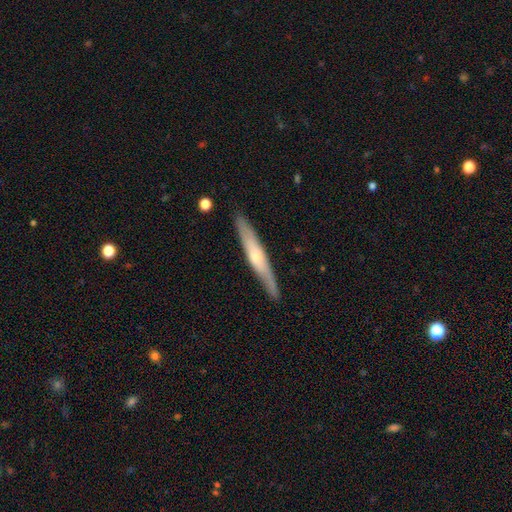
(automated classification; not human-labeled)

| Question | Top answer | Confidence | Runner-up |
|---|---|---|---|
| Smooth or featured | featured or disk | 55% | smooth (39%) |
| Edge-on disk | yes | 89% | no (11%) |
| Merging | none | 87% | minor disturbance (9%) |